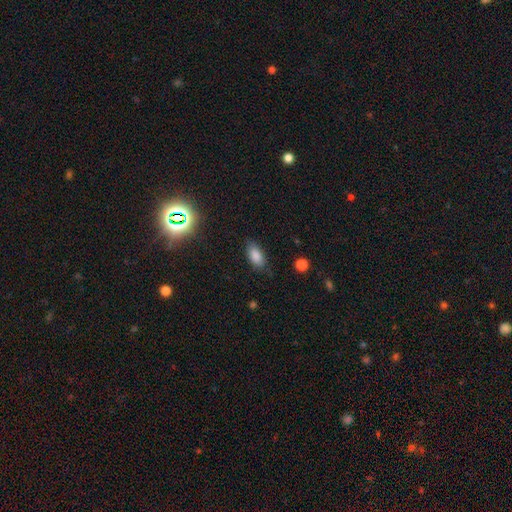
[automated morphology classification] A smooth galaxy with no disk features (83%) that is in between round and cigar-shaped (89%). Merging: none (79%).